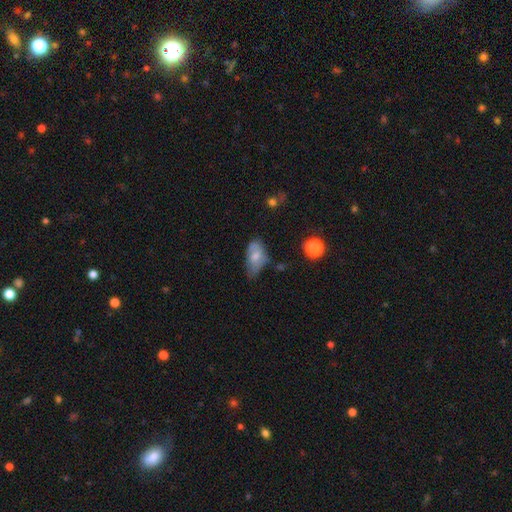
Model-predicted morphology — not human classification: smooth_or_featured: smooth (p=0.62) [alt: featured or disk p=0.30]
how_rounded: in between (p=0.90) [alt: round p=0.07]
merging: minor disturbance (p=0.42) [alt: none p=0.35]